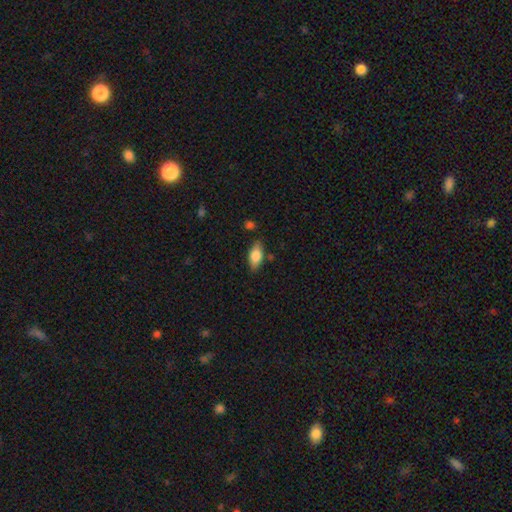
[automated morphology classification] Smooth or featured? Predicted: smooth (p=0.78). How rounded? Predicted: in between (p=0.87). Merging? Predicted: none (p=0.81).